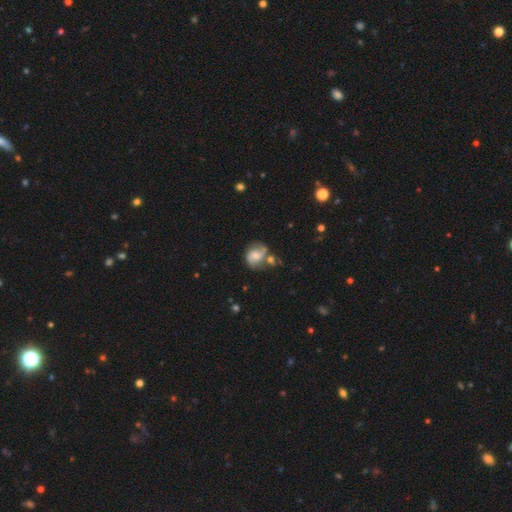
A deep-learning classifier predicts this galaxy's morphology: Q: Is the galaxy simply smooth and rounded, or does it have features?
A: featured or disk — 54%.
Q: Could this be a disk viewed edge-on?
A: no — 97%.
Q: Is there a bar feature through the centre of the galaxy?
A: no — 55%.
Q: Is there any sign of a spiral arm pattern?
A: yes — 83%.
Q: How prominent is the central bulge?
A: moderate — 47%.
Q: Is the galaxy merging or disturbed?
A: none — 50%.